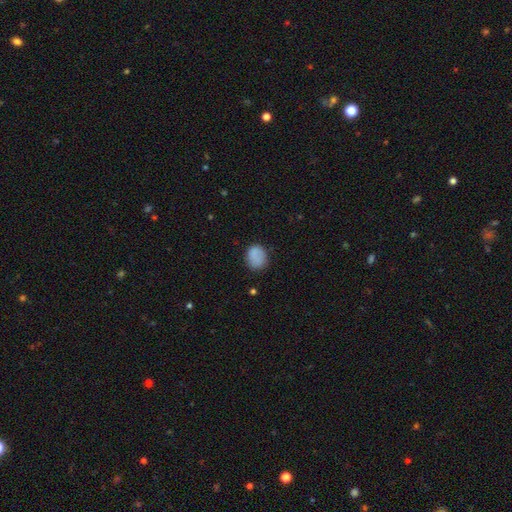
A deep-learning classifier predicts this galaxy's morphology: Smooth or featured: smooth — 85% (star or artifact — 9%)
How rounded: round — 62% (in between — 37%)
Merging: none — 79% (minor disturbance — 15%)